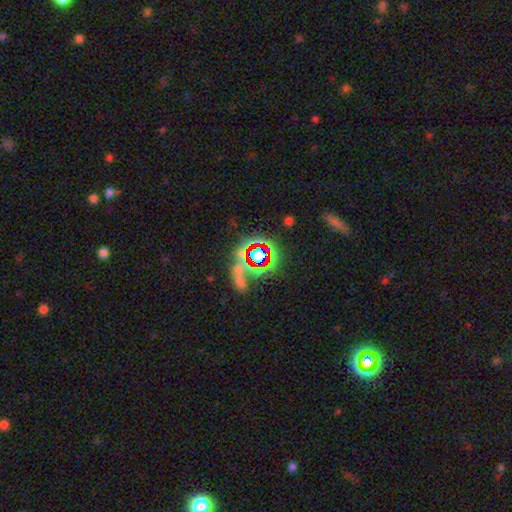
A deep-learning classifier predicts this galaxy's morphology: star or artifact 60%, smooth 25%, featured or disk 15%.